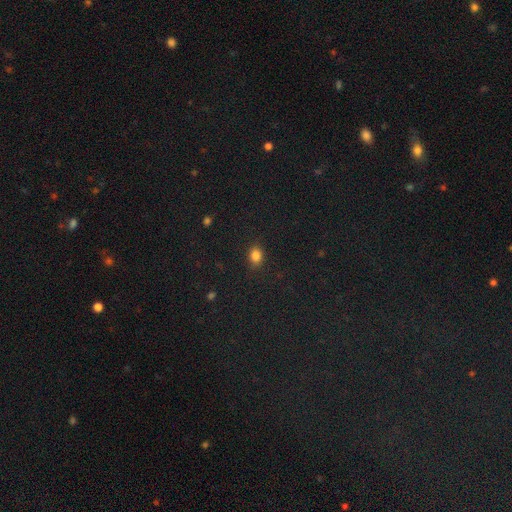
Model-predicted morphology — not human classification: This appears to be a smooth galaxy with no disk features (84%) that is in between round and cigar-shaped (60%). Merging: none (85%).